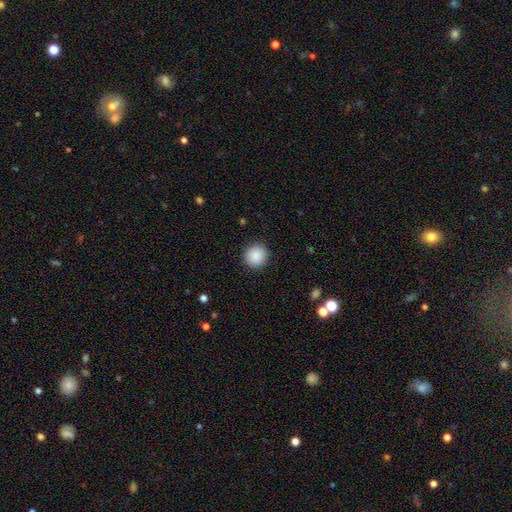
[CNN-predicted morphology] smooth 89%, star or artifact 8%, featured or disk 3%. Down the decision tree: how rounded — round (93%); merging — none (92%).